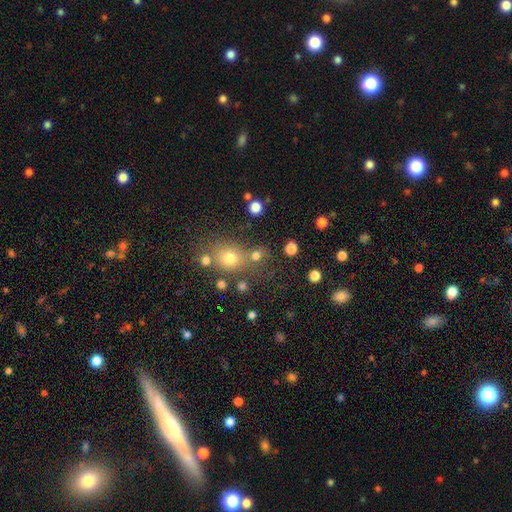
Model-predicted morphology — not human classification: A smooth galaxy with no disk features (73%) that is round (81%).

Vote fractions:
- Smooth or featured? smooth: 73% / star or artifact: 18% / featured or disk: 9%
- How rounded? round: 81% / in between: 18% / cigar-shaped: 1%
- Merging? none: 64% / merger: 22% / minor disturbance: 9% / major disturbance: 5%